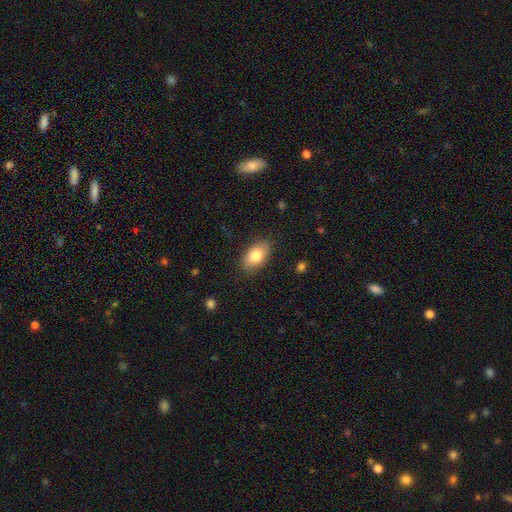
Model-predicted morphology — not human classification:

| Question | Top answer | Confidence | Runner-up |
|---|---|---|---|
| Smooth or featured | smooth | 80% | featured or disk (14%) |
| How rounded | in between | 92% | round (7%) |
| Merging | none | 84% | minor disturbance (12%) |